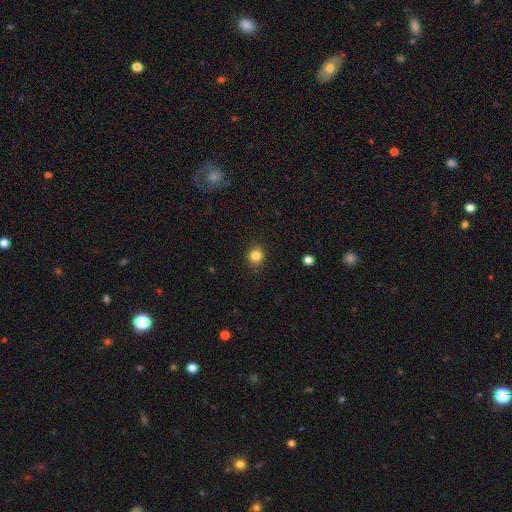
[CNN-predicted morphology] Smooth or featured?
  - smooth: 84% *
  - star or artifact: 11%
  - featured or disk: 5%
How rounded?
  - round: 84% *
  - in between: 15%
  - cigar-shaped: 1%
Merging?
  - none: 89% *
  - minor disturbance: 8%
  - major disturbance: 2%
  - merger: 1%